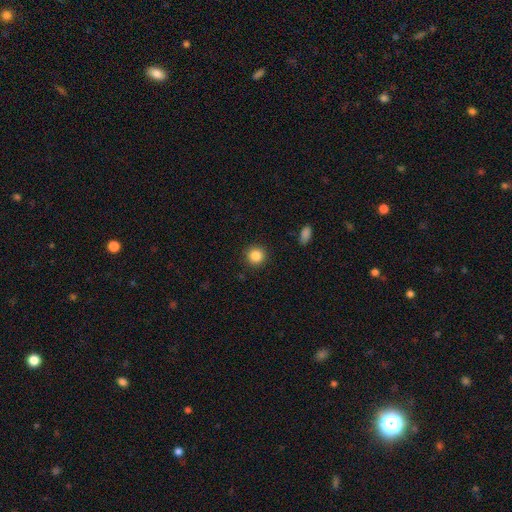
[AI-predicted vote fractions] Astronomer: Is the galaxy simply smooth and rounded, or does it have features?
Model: smooth — 85%.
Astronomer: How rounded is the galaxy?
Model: round — 94%.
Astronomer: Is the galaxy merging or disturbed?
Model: none — 91%.